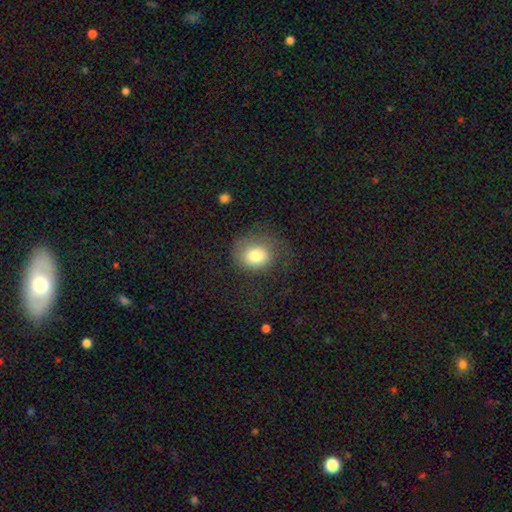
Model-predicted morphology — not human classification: This is likely a smooth galaxy (76%). How rounded: likely round (61%). Merging: possibly none (55%).